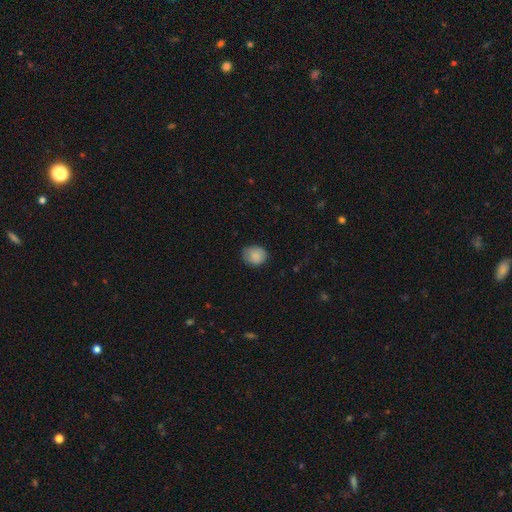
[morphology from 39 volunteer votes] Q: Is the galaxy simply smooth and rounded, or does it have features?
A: smooth — 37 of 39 (95%).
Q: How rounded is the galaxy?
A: round — 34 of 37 (92%).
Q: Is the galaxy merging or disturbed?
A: none — 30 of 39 (77%).